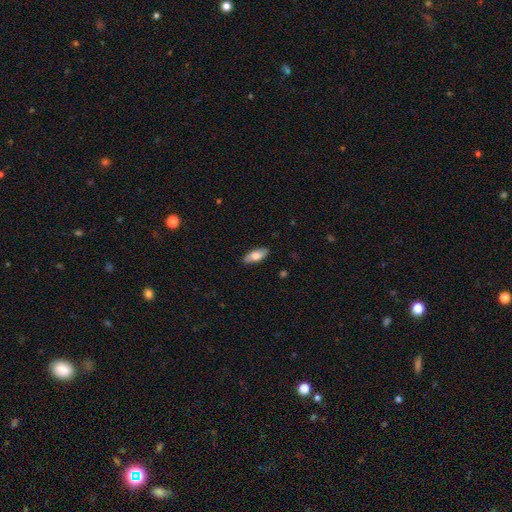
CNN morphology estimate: Smooth or featured: smooth — 72% (featured or disk — 22%)
How rounded: in between — 80% (cigar-shaped — 18%)
Merging: none — 87% (minor disturbance — 10%)